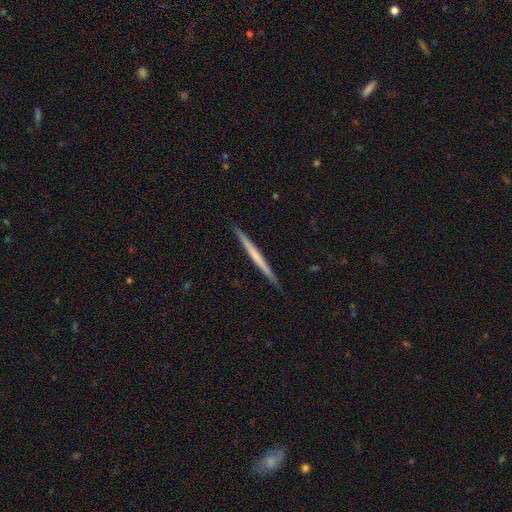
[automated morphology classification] Smooth or featured?
  - featured or disk: 50% *
  - smooth: 45%
  - star or artifact: 5%
Edge-on disk?
  - yes: 98% *
  - no: 2%
Merging?
  - none: 92% *
  - minor disturbance: 6%
  - major disturbance: 1%
  - merger: 1%